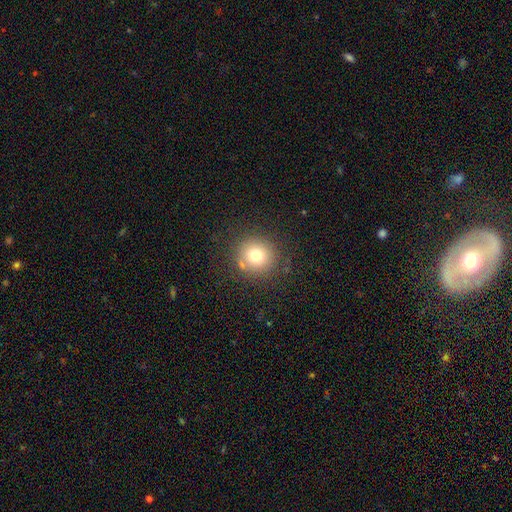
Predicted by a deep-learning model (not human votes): This appears to be a smooth galaxy with no disk features (75%) that is round (93%). Merging: none (82%).